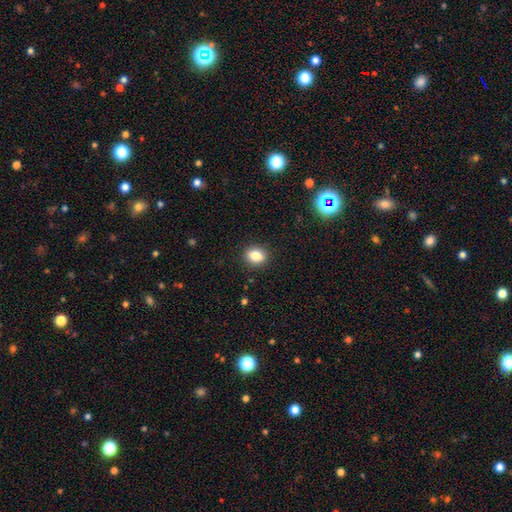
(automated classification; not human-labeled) smooth 83%, star or artifact 10%, featured or disk 7%. Down the decision tree: how rounded — round (51%); merging — none (90%).